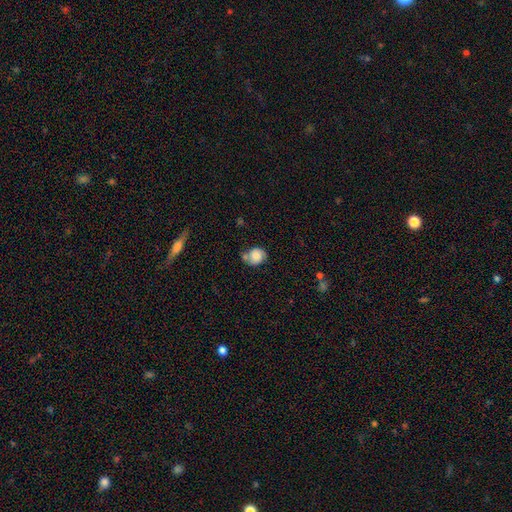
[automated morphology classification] smooth_or_featured: smooth (p=0.75) [alt: featured or disk p=0.16]
how_rounded: round (p=0.75) [alt: in between p=0.24]
merging: none (p=0.47) [alt: minor disturbance p=0.24]